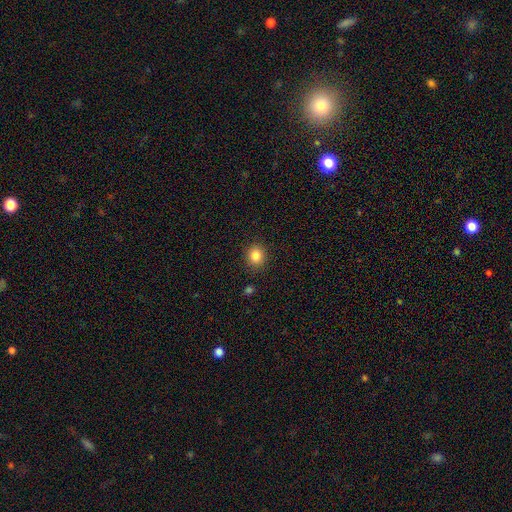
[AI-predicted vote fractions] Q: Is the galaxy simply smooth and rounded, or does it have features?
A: smooth — 84%.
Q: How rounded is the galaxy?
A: round — 79%.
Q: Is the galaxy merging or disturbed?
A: none — 90%.